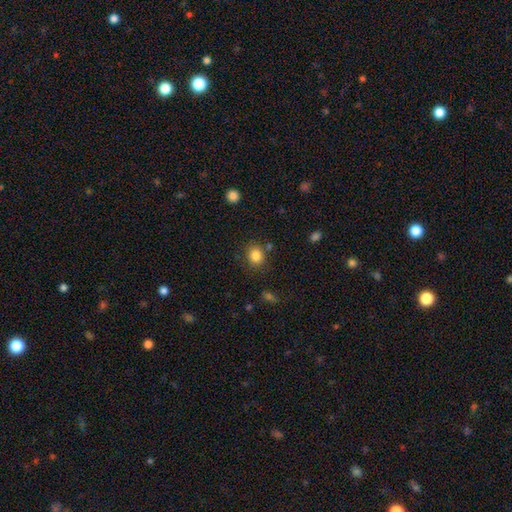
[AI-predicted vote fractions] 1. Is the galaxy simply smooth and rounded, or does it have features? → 84% smooth, 10% star or artifact, 5% featured or disk.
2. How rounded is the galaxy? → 66% round, 33% in between, 1% cigar-shaped.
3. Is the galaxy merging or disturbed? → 80% none, 11% minor disturbance, 5% merger, 4% major disturbance.